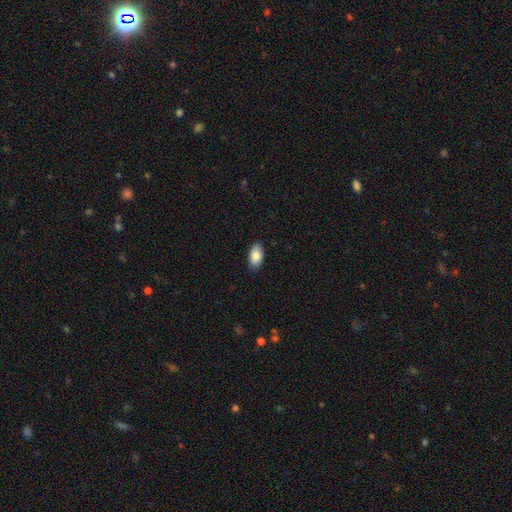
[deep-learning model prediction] Smooth or featured? Predicted: smooth (p=0.85). How rounded? Predicted: in between (p=0.94). Merging? Predicted: none (p=0.87).